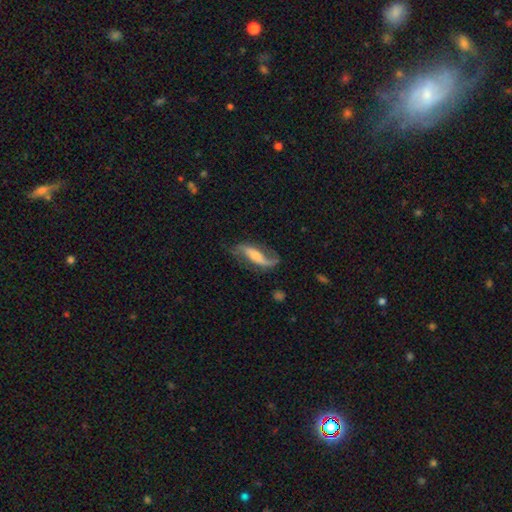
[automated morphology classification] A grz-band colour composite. It shows a featured or disk galaxy (77%) with a strong bar (35%), 2 (79%) loose (74%) spiral arms (92%) and a moderate central bulge (44%). Merging: none (63%).